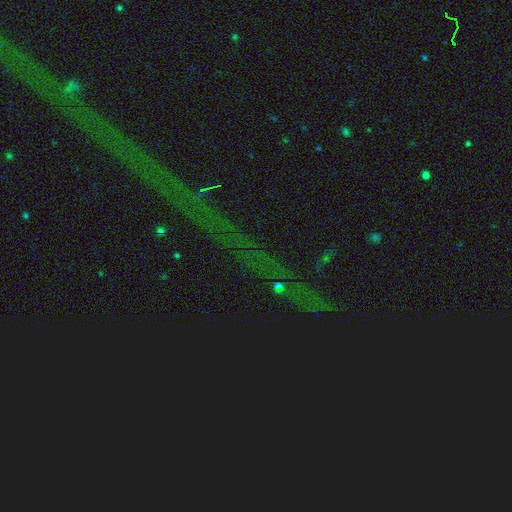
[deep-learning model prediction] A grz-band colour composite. It shows a star or artifact, not a galaxy (82%).